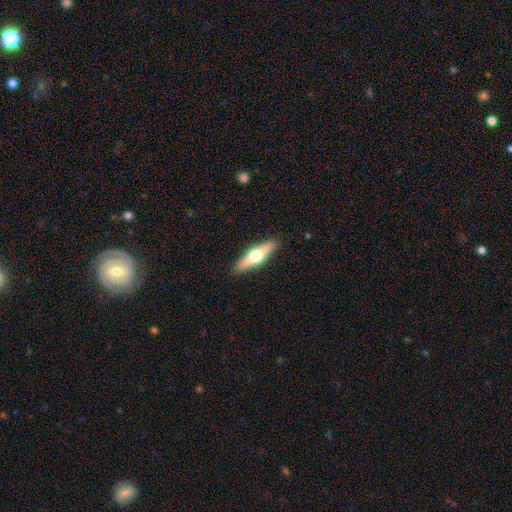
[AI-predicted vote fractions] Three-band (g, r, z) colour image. It shows a featured or disk galaxy (50%). Merging: none (89%).